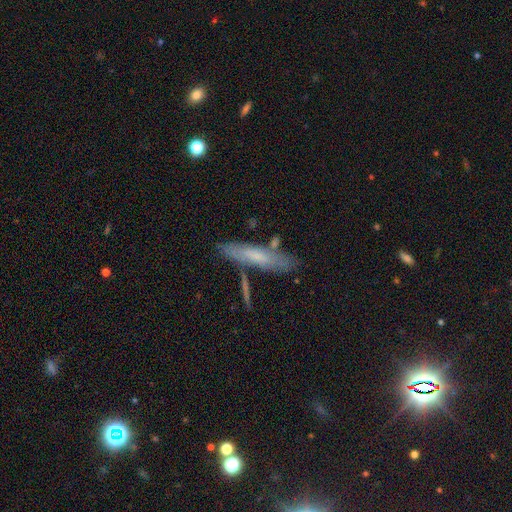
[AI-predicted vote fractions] This appears to be a smooth galaxy with no disk features (54%) that is cigar-shaped (83%). Merging: none (73%).